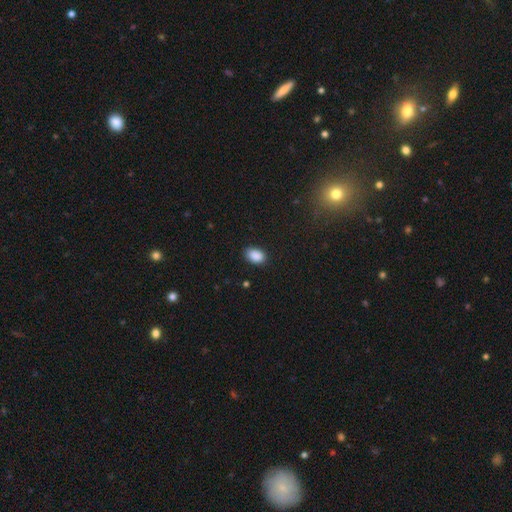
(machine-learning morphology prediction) type=smooth (89%); roundness=in between (85%); merging=none (84%).